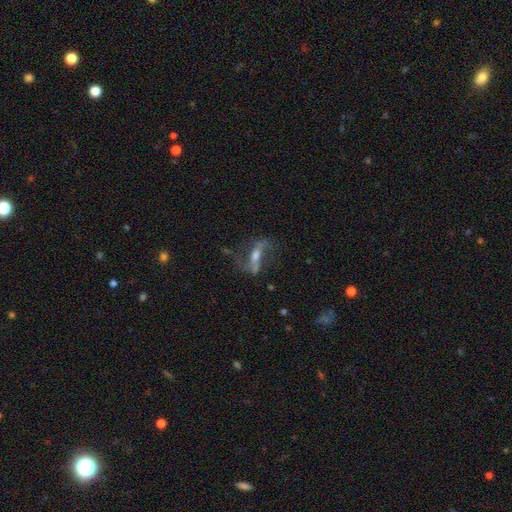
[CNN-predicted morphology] Q: Smooth or featured?
A: featured or disk (74%); runner-up: smooth (15%)
Q: Edge-on disk?
A: no (71%); runner-up: yes (29%)
Q: Bar?
A: strong (48%); runner-up: weak (30%)
Q: Spiral arms?
A: yes (80%); runner-up: no (20%)
Q: Bulge size?
A: moderate (52%); runner-up: small (31%)
Q: Merging?
A: none (58%); runner-up: major disturbance (21%)